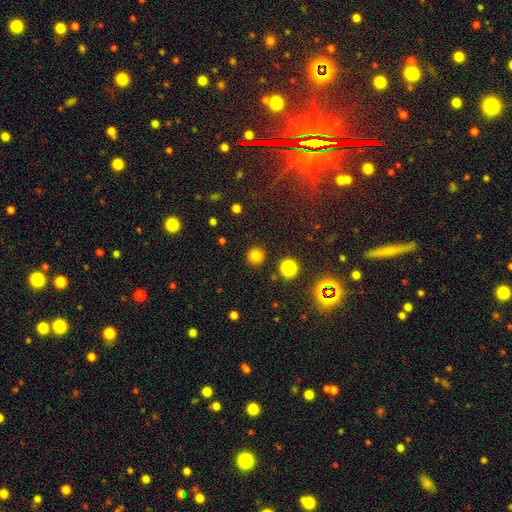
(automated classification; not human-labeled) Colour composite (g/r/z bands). It shows a smooth galaxy with no disk features (79%) that is round (95%). Merging: none (91%).